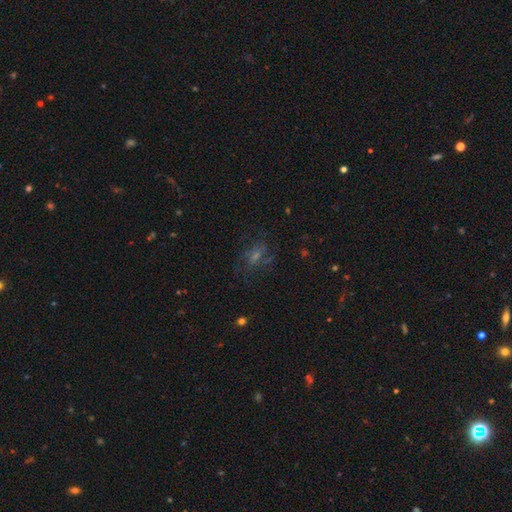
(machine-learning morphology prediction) This appears to be a featured or disk galaxy (46%). Merging: none (60%).